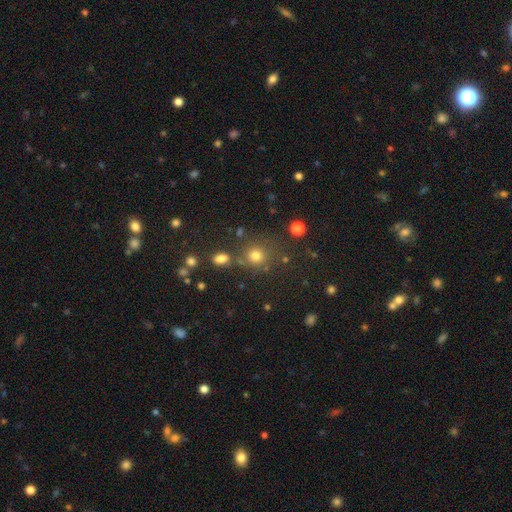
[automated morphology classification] This appears to be a smooth galaxy with no disk features (76%) that is round (87%). Merging: none (72%).